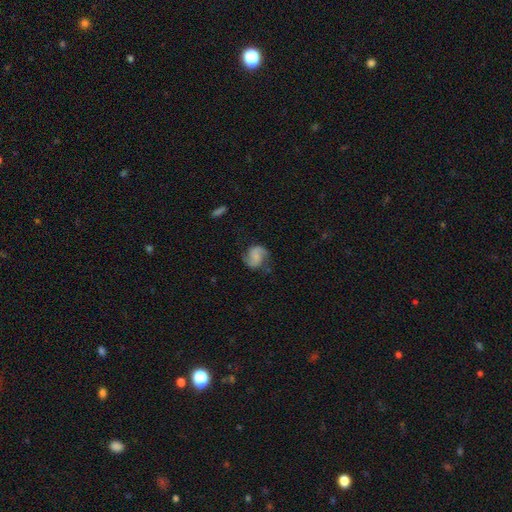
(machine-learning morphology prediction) Smooth or featured? Predicted: featured or disk (p=0.76). Edge-on disk? Predicted: no (p=0.98). Bar? Predicted: no (p=0.56). Spiral arms? Predicted: yes (p=0.96). Spiral winding? Predicted: medium (p=0.49). Spiral arm count? Predicted: 2 (p=0.92). Bulge size? Predicted: none (p=0.43). Merging? Predicted: none (p=0.77).